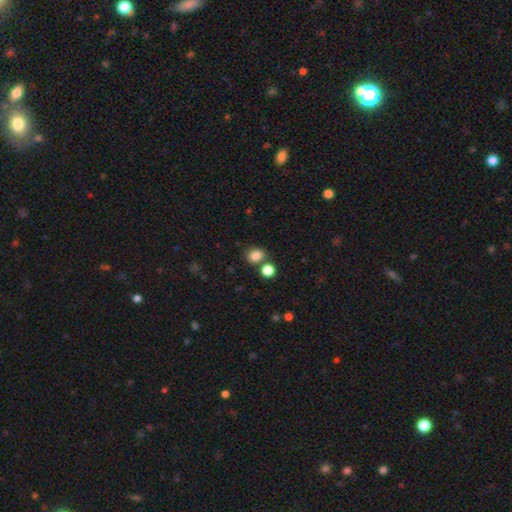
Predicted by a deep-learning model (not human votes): Smooth or featured: smooth — 83% (star or artifact — 12%)
How rounded: round — 57% (in between — 42%)
Merging: none — 69% (merger — 17%)